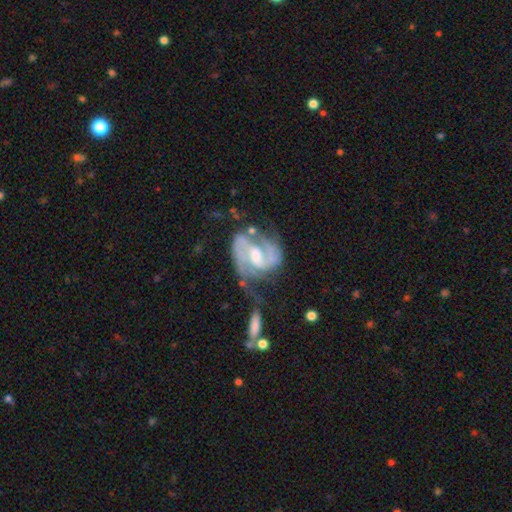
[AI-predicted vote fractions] This appears to be a featured or disk galaxy (89%) with a weak bar (52%), 2 (82%) medium (52%) spiral arms (97%) and a moderate central bulge (59%). Merging: none (49%).